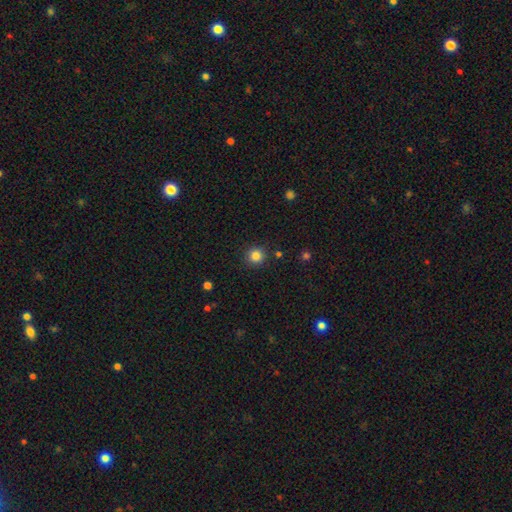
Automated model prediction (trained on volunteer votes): smooth 85%, star or artifact 11%, featured or disk 4%. Down the decision tree: how rounded — round (94%); merging — none (89%).